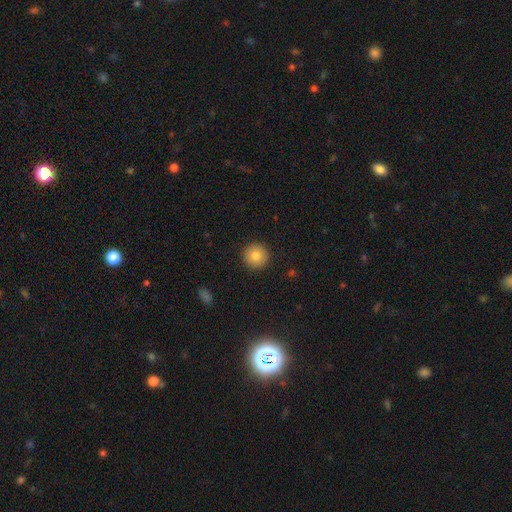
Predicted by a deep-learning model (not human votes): A smooth galaxy with no disk features (82%) that is round (96%). Merging: none (92%).